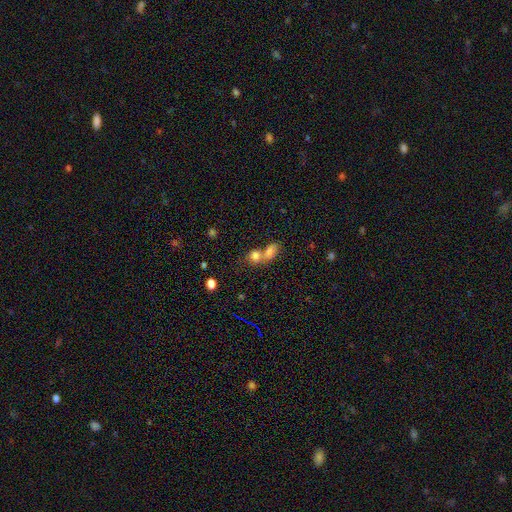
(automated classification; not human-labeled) smooth_or_featured: smooth (p=0.77) [alt: star or artifact p=0.12]
how_rounded: in between (p=0.51) [alt: round p=0.46]
merging: merger (p=0.62) [alt: none p=0.28]